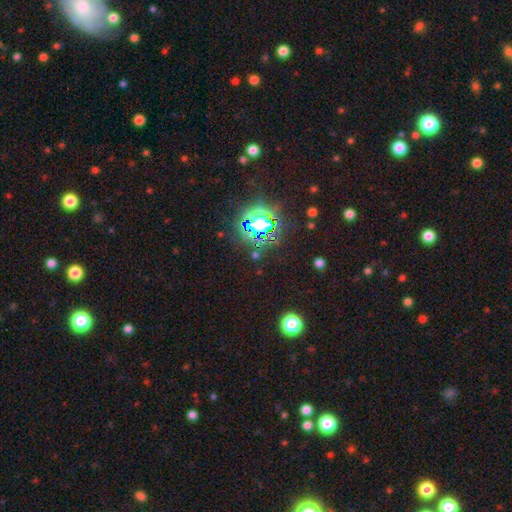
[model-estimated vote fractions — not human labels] This appears to be a star or artifact, not a galaxy (74%).